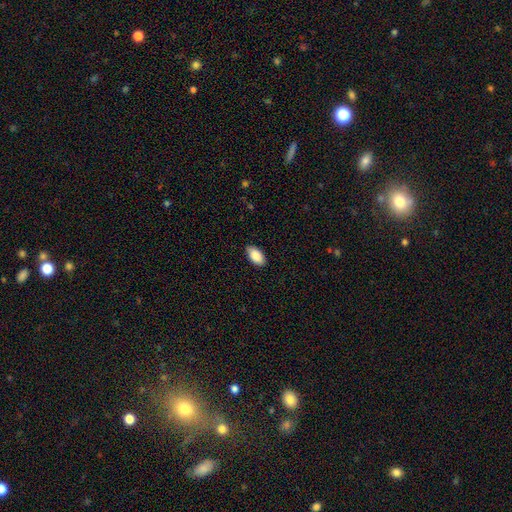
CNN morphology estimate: Overall: smooth (89%). How rounded: in between (95%). Merging: none (87%).